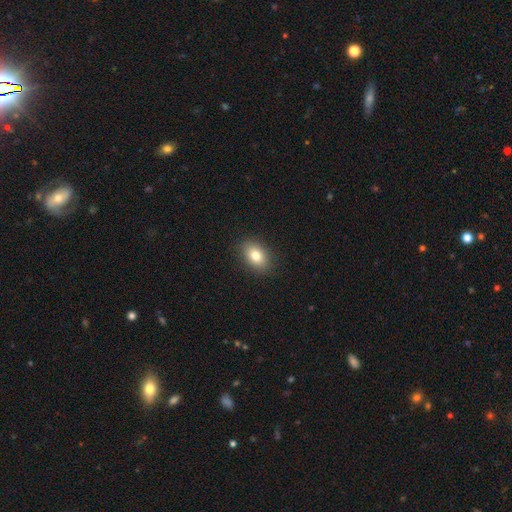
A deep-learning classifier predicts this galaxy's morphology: Smooth or featured?
  - smooth: 81% *
  - featured or disk: 10%
  - star or artifact: 9%
How rounded?
  - in between: 79% *
  - round: 20%
  - cigar-shaped: 1%
Merging?
  - none: 89% *
  - minor disturbance: 8%
  - major disturbance: 2%
  - merger: 1%